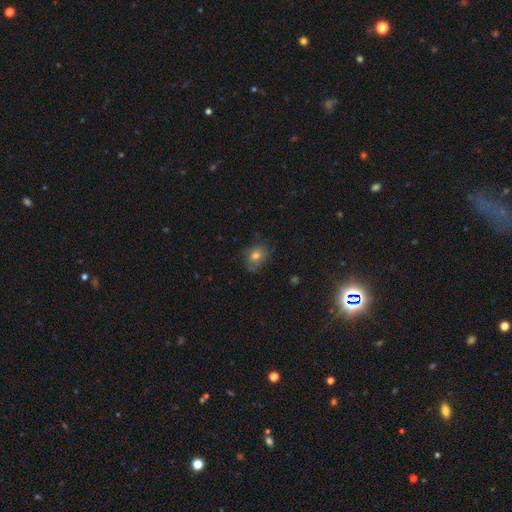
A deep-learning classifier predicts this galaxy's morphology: smooth-or-featured: smooth: 71% | featured or disk: 15% | star or artifact: 14%
  how-rounded: in between: 54% | round: 45% | cigar-shaped: 1%
  merging: none: 72% | minor disturbance: 21% | major disturbance: 6% | merger: 1%